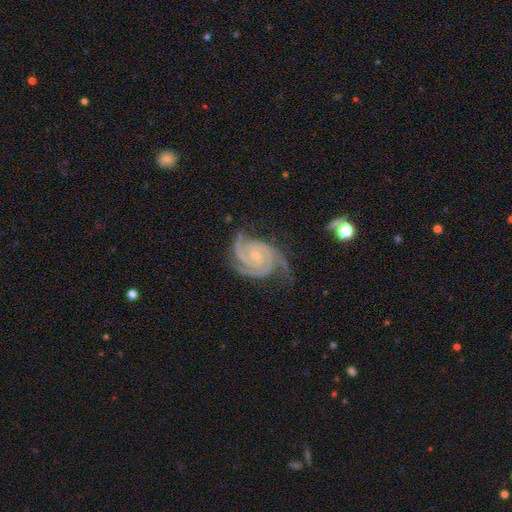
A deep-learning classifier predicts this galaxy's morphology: Smooth or featured?
  - featured or disk: 93% *
  - star or artifact: 5%
  - smooth: 3%
Edge-on disk?
  - no: 98% *
  - yes: 2%
Bar?
  - no: 63% *
  - weak: 26%
  - strong: 11%
Spiral arms?
  - yes: 99% *
  - no: 1%
Spiral winding?
  - tight: 73% *
  - medium: 24%
  - loose: 3%
Spiral arm count?
  - 3: 49% *
  - 2: 29%
  - 4: 9%
  - can't tell: 5%
  - more than 4: 4%
  - 1: 4%
Bulge size?
  - small: 72% *
  - moderate: 24%
  - none: 2%
  - large: 1%
  - dominant: 1%
Merging?
  - none: 70% *
  - minor disturbance: 21%
  - major disturbance: 7%
  - merger: 2%